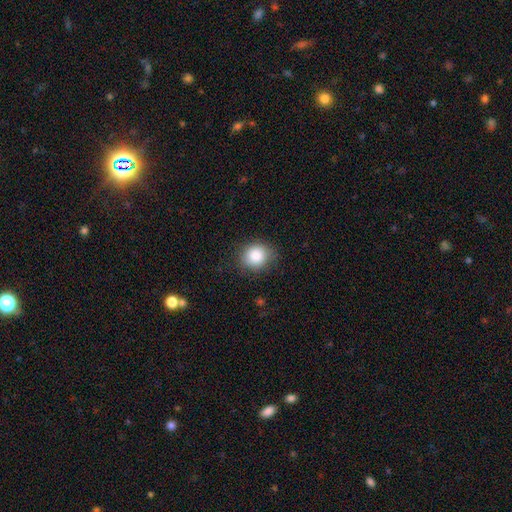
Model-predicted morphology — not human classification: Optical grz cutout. It shows a smooth galaxy with no disk features (86%) that is round (77%). Merging: none (82%).